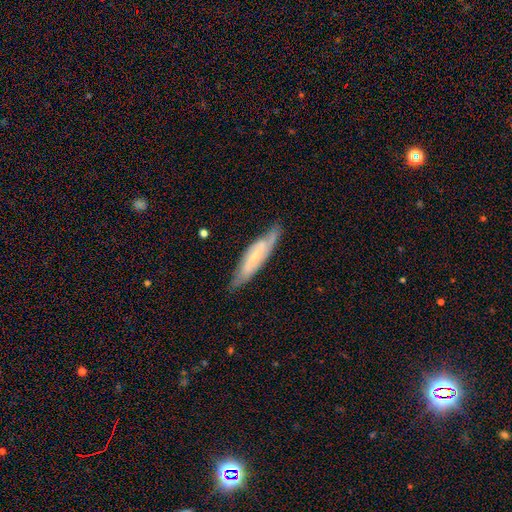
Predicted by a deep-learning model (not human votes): This appears to be a featured or disk galaxy (65%). Merging: none (73%).